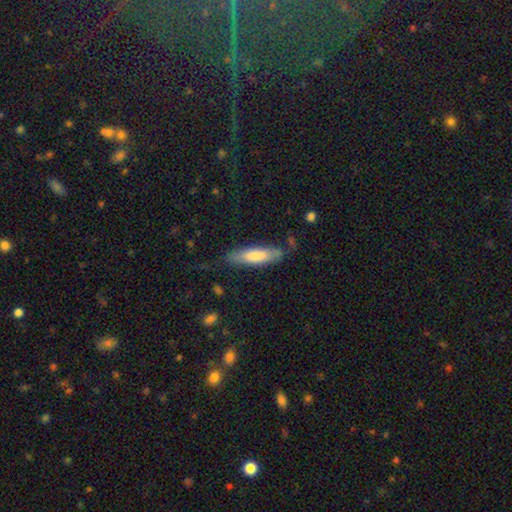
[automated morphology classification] smooth 73%, featured or disk 21%, star or artifact 6%. Down the decision tree: how rounded — cigar-shaped (64%); merging — none (73%).